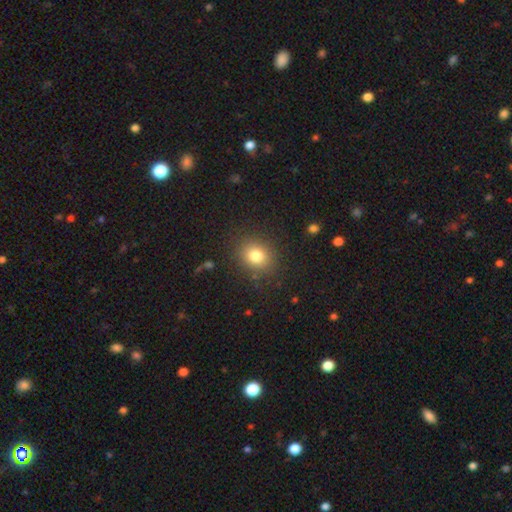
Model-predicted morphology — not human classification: This appears to be a smooth galaxy with no disk features (80%) that is round (60%). Merging: none (86%).